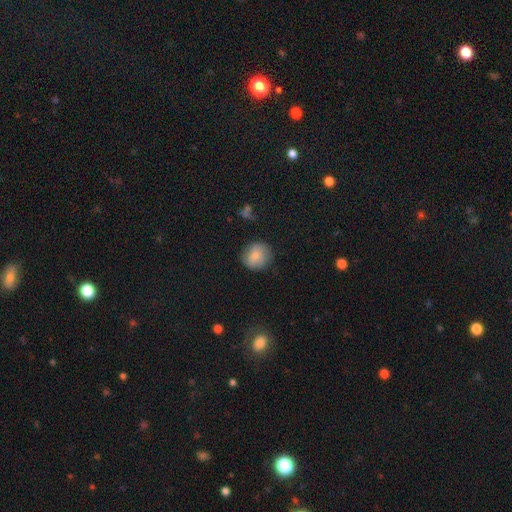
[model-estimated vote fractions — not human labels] This appears to be a smooth galaxy with no disk features (80%) that is round (85%). Merging: none (80%).